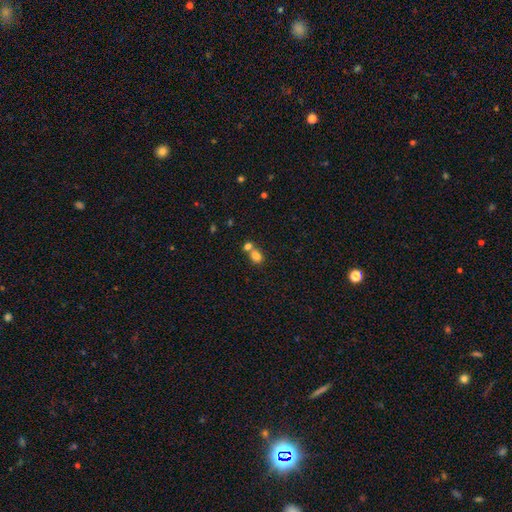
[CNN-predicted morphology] type=smooth (78%); roundness=in between (64%); merging=merger (55%).